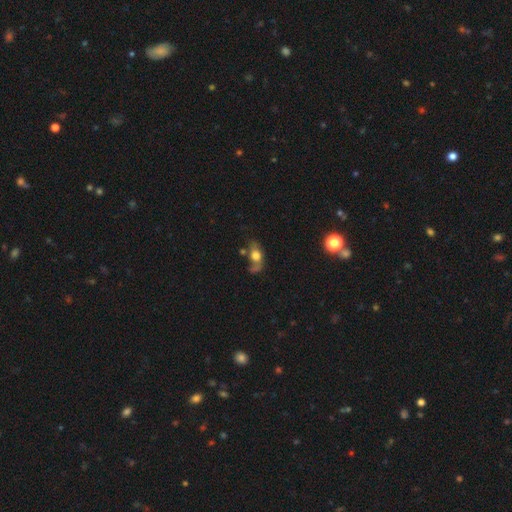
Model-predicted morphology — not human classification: A smooth galaxy with no disk features (54%) that is in between round and cigar-shaped (64%).

Vote fractions:
- Smooth or featured? smooth: 54% / featured or disk: 34% / star or artifact: 12%
- How rounded? in between: 64% / round: 29% / cigar-shaped: 7%
- Merging? none: 33% / major disturbance: 27% / minor disturbance: 22% / merger: 18%